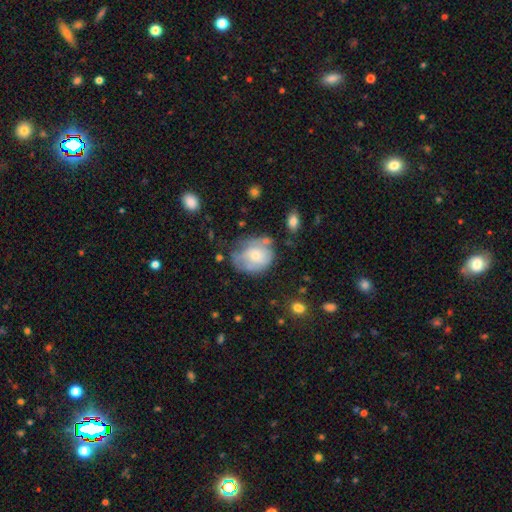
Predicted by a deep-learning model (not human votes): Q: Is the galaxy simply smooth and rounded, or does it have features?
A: smooth — 52%.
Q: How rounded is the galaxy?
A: round — 66%.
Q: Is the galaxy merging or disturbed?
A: none — 45%.